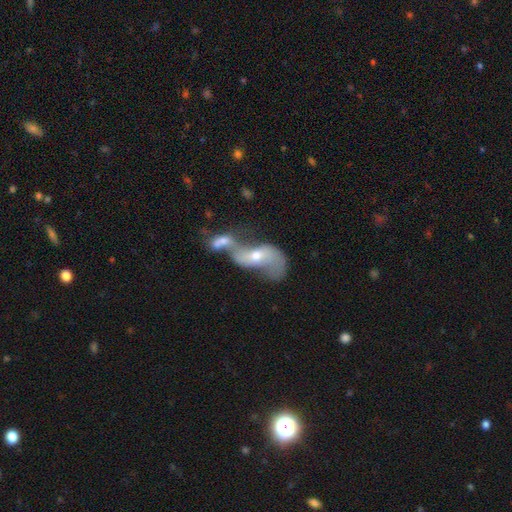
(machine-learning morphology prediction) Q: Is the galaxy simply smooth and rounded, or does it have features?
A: featured or disk — 75%.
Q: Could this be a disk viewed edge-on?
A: no — 92%.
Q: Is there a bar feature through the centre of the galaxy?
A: no — 49%.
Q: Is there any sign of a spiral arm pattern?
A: yes — 81%.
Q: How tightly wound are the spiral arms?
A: loose — 43%.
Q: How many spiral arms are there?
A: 2 — 66%.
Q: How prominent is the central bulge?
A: moderate — 56%.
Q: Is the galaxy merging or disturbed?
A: merger — 54%.